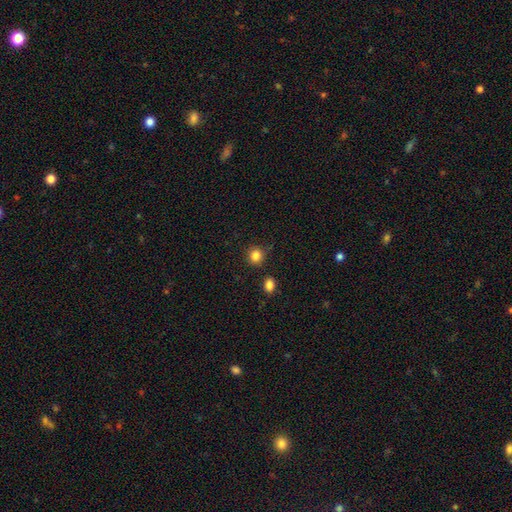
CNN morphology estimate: Overall: smooth (84%). How rounded: round (86%). Merging: none (84%).